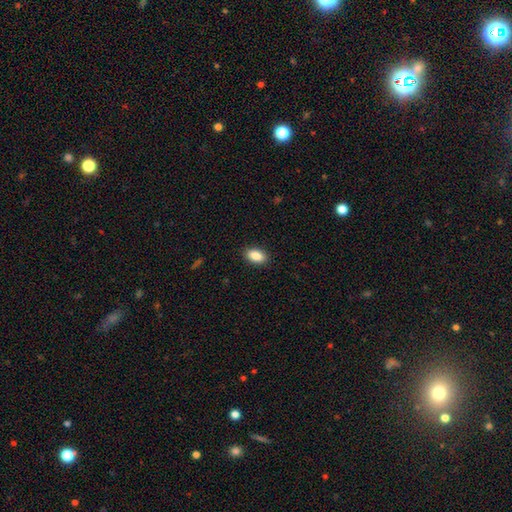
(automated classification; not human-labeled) Smooth or featured?
  - smooth: 89% *
  - star or artifact: 7%
  - featured or disk: 4%
How rounded?
  - in between: 92% *
  - round: 5%
  - cigar-shaped: 3%
Merging?
  - none: 89% *
  - minor disturbance: 8%
  - major disturbance: 2%
  - merger: 1%